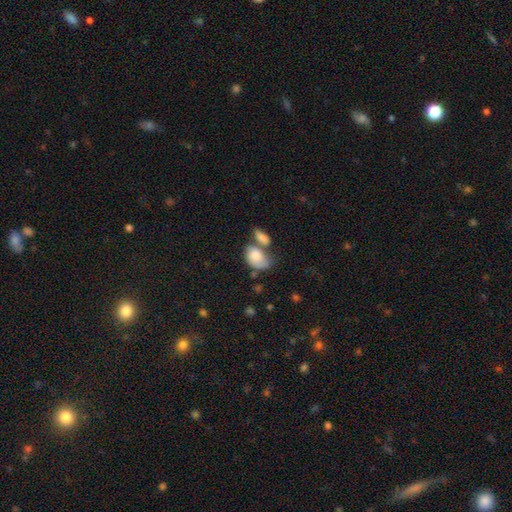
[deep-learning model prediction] This is likely a smooth galaxy (73%). How rounded: clearly in between (85%). Merging: possibly merger (45%).